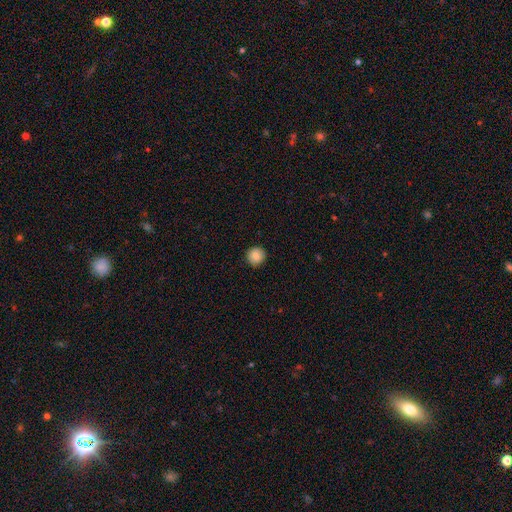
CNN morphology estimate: smooth_or_featured: smooth (p=0.85) [alt: star or artifact p=0.08]
how_rounded: round (p=0.95) [alt: in between p=0.04]
merging: none (p=0.92) [alt: minor disturbance p=0.06]